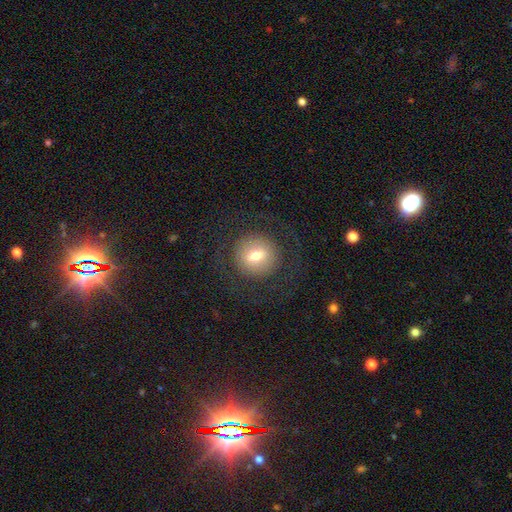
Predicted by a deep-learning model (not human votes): Smooth or featured? smooth (58%)
How rounded? round (91%)
Merging? none (80%)